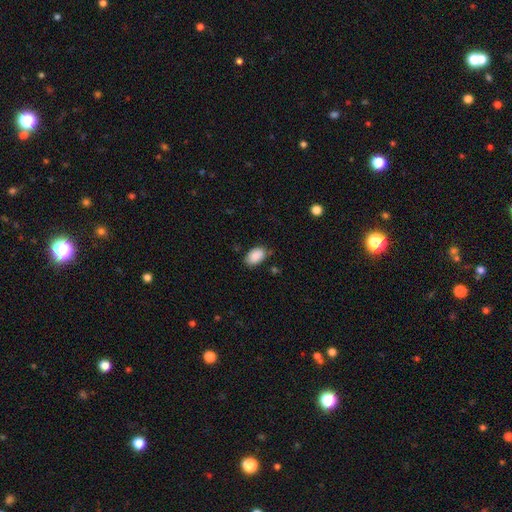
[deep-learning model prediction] Smooth or featured? smooth (89%)
How rounded? in between (90%)
Merging? none (76%)